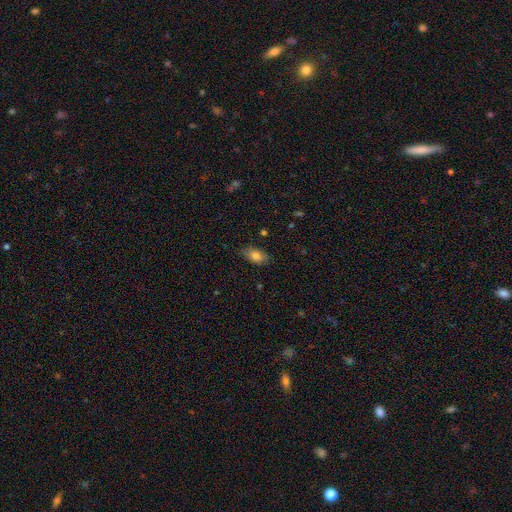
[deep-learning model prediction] Smooth or featured? Predicted: smooth (p=0.81). How rounded? Predicted: in between (p=0.90). Merging? Predicted: none (p=0.82).